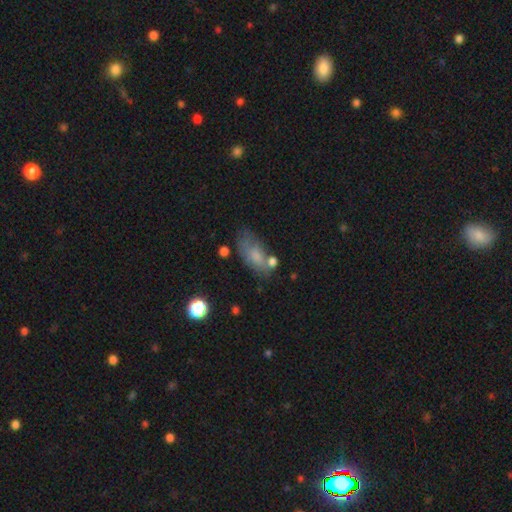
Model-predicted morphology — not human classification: A smooth galaxy with no disk features (67%) that is in between round and cigar-shaped (88%). Merging: none (47%).